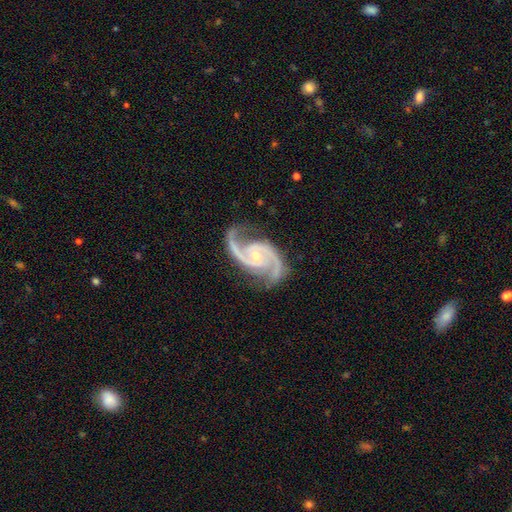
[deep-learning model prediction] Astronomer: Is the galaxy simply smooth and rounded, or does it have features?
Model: featured or disk — 94%.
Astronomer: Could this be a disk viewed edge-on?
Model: no — 98%.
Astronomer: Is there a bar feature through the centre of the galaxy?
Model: no — 55% (runner-up: weak, 32%).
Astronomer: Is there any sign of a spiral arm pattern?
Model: yes — 99%.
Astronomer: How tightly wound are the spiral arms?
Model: medium — 64%.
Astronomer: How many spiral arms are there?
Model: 2 — 92%.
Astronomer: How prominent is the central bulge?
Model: small — 70%.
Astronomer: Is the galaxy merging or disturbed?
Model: none — 77%.